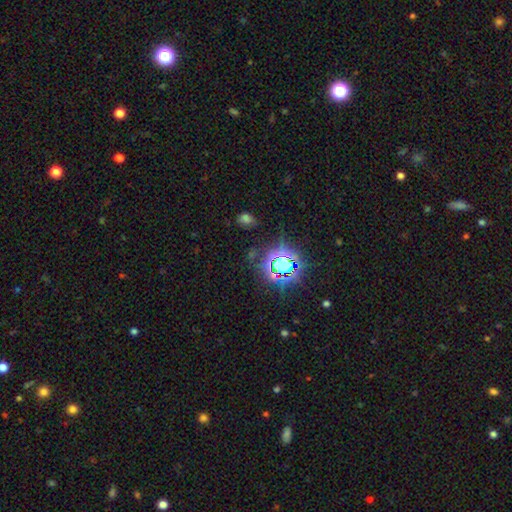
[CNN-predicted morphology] smooth-or-featured: star or artifact: 79% | smooth: 13% | featured or disk: 8%